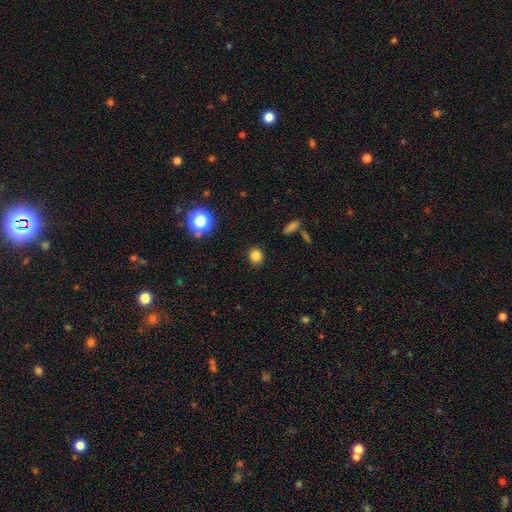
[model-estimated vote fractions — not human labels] Overall: smooth (81%). How rounded: round (76%). Merging: none (88%).